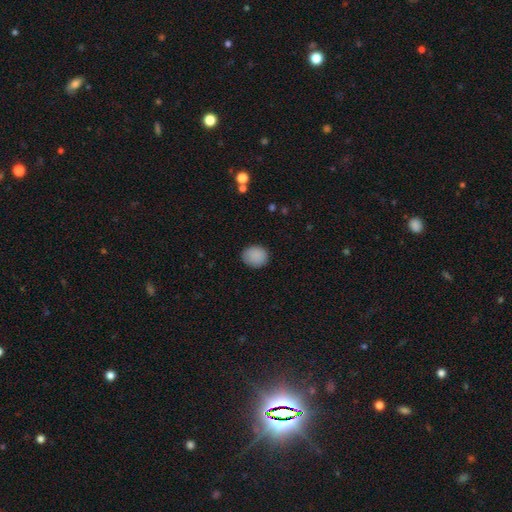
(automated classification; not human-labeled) Morphology: type=smooth (89%); roundness=round (71%); merging=none (87%).